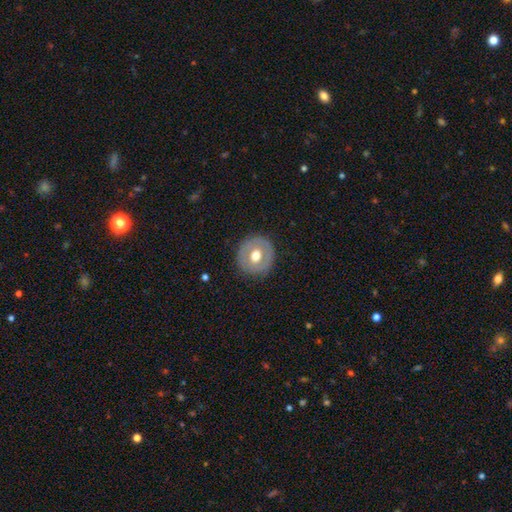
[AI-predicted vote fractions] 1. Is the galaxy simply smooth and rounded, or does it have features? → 54% smooth, 40% featured or disk, 7% star or artifact.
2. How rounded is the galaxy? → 89% round, 10% in between, 1% cigar-shaped.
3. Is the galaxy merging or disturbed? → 87% none, 9% minor disturbance, 3% major disturbance, 1% merger.